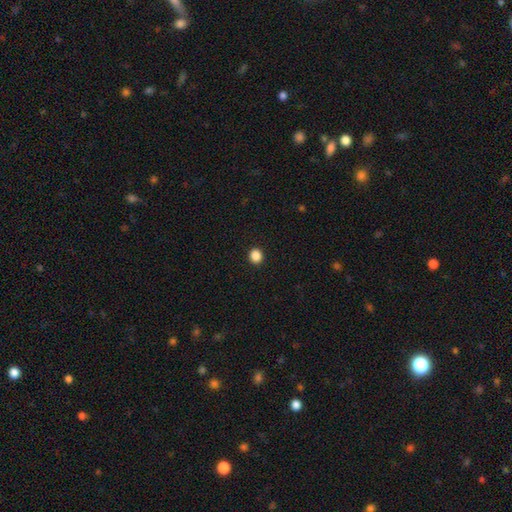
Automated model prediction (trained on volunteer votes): Overall: smooth (87%). How rounded: round (84%). Merging: none (93%).